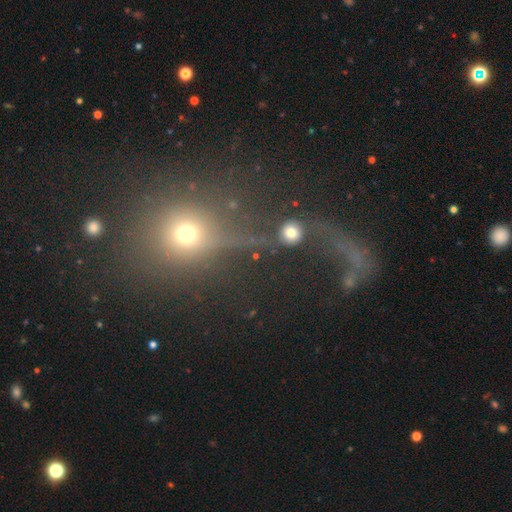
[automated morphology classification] Smooth or featured: smooth — 45% (featured or disk — 31%)
Merging: none — 49% (major disturbance — 19%)